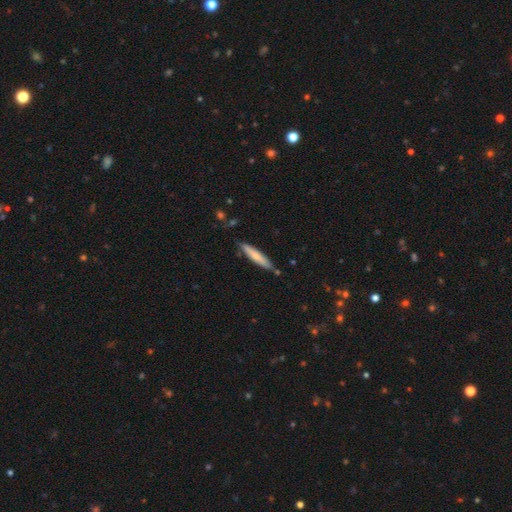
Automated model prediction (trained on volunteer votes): Smooth or featured: smooth — 71% (featured or disk — 23%)
How rounded: cigar-shaped — 89% (in between — 9%)
Merging: none — 78% (minor disturbance — 15%)